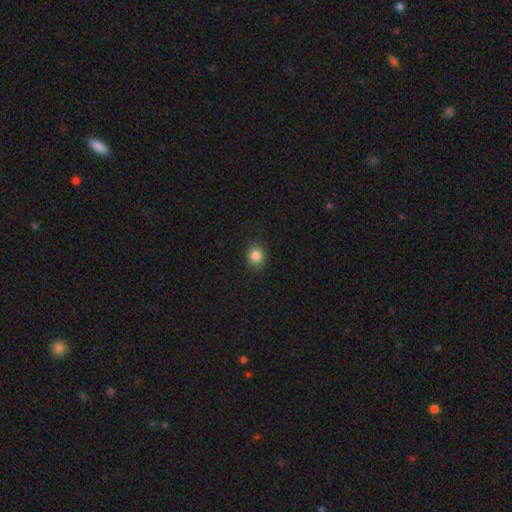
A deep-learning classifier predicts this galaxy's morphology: Smooth or featured: smooth — 84% (star or artifact — 11%)
How rounded: round — 71% (in between — 28%)
Merging: none — 87% (minor disturbance — 9%)